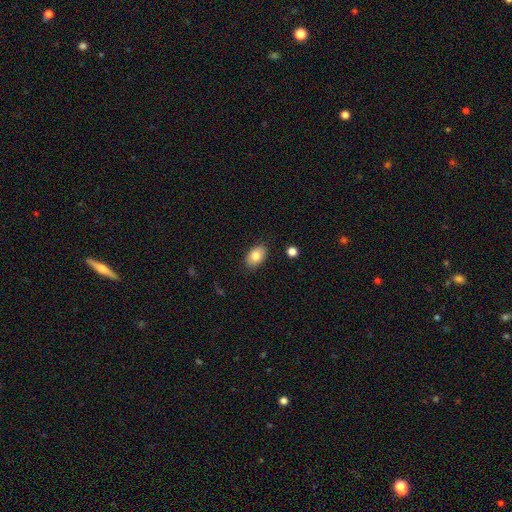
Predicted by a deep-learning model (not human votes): Q: Smooth or featured?
A: smooth (81%); runner-up: featured or disk (12%)
Q: How rounded?
A: in between (87%); runner-up: round (12%)
Q: Merging?
A: none (87%); runner-up: minor disturbance (10%)